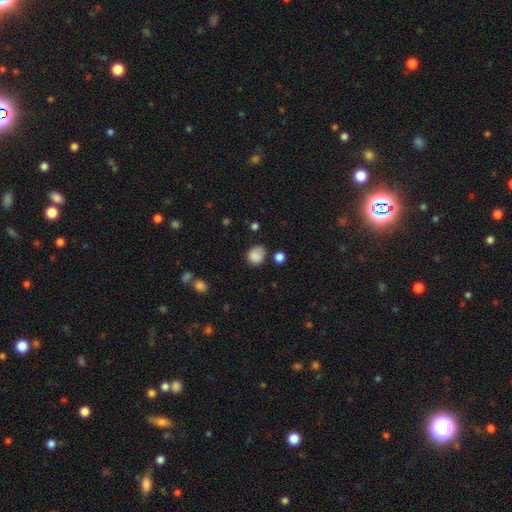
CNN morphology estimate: This is clearly a smooth galaxy (86%). How rounded: likely round (65%). Merging: likely none (63%).